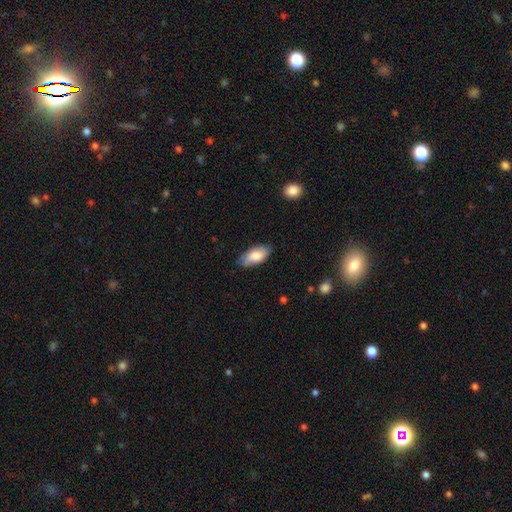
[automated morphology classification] Q: Smooth or featured?
A: smooth (80%); runner-up: featured or disk (14%)
Q: How rounded?
A: in between (92%); runner-up: cigar-shaped (6%)
Q: Merging?
A: none (80%); runner-up: minor disturbance (16%)